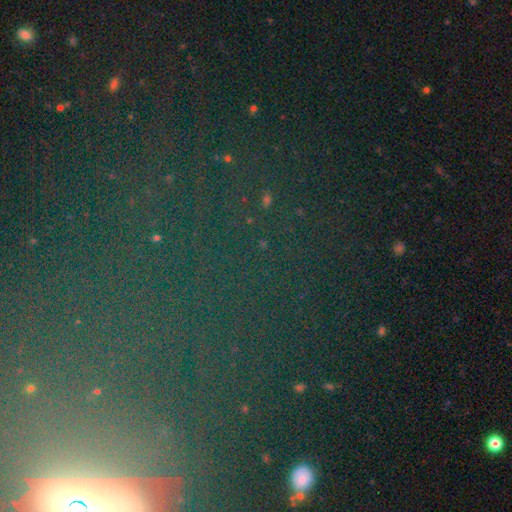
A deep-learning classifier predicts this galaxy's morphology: type=star or artifact (80%).